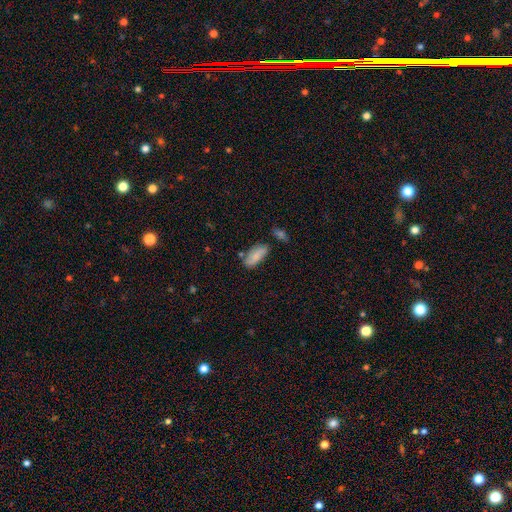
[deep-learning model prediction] Smooth or featured: smooth — 80% (featured or disk — 14%)
How rounded: in between — 85% (cigar-shaped — 13%)
Merging: none — 65% (minor disturbance — 21%)